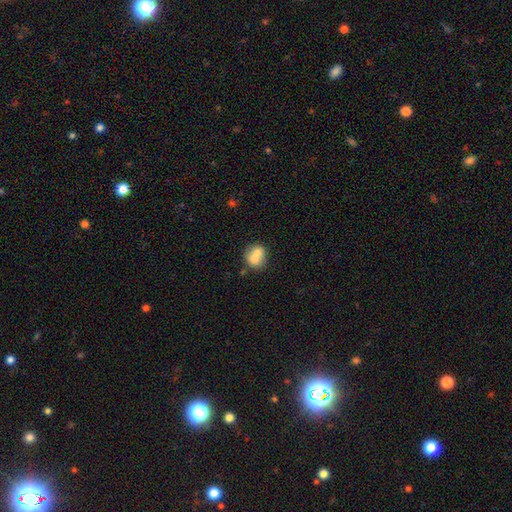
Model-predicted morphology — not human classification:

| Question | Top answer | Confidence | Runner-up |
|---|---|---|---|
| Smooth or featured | smooth | 67% | featured or disk (24%) |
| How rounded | round | 71% | in between (28%) |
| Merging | merger | 57% | none (31%) |